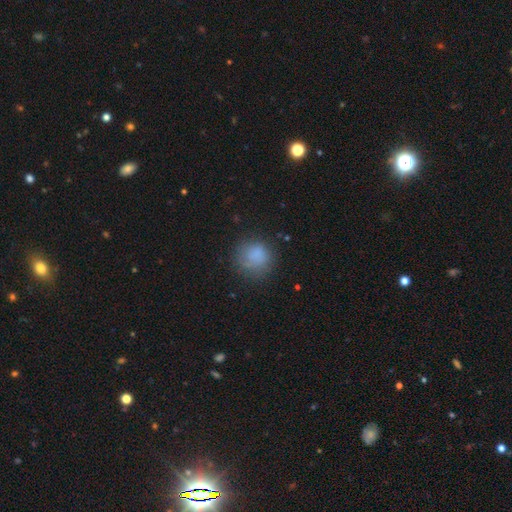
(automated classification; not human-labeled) Smooth or featured? smooth (79%)
How rounded? round (86%)
Merging? none (68%)